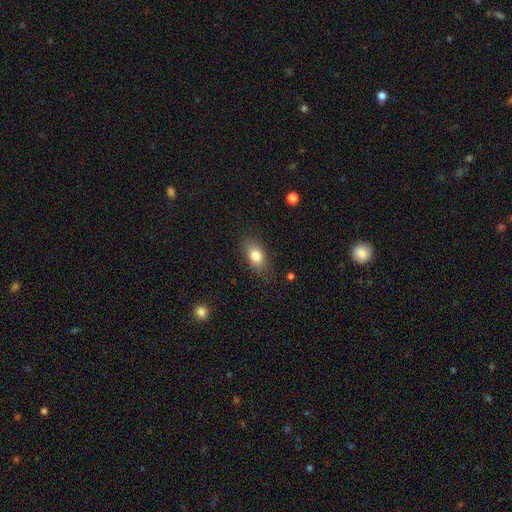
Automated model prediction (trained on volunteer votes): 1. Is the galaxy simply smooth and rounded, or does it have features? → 80% smooth, 12% featured or disk, 8% star or artifact.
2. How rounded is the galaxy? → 83% in between, 12% round, 5% cigar-shaped.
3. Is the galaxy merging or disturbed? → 79% none, 15% minor disturbance, 4% major disturbance, 1% merger.